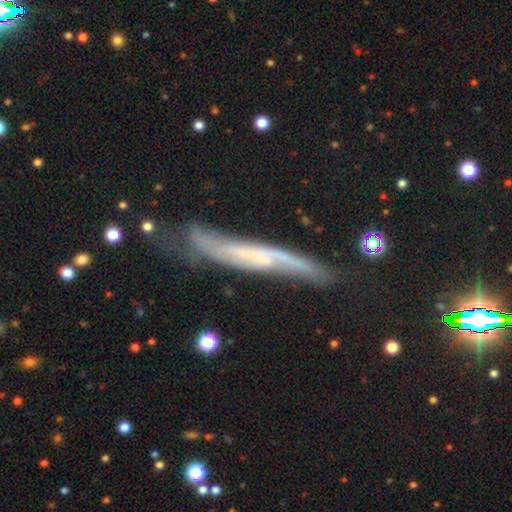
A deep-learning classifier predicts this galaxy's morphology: Overall: featured or disk (69%). Edge-on disk: yes (65%; no 35%). Merging: none (60%; minor disturbance 27%).